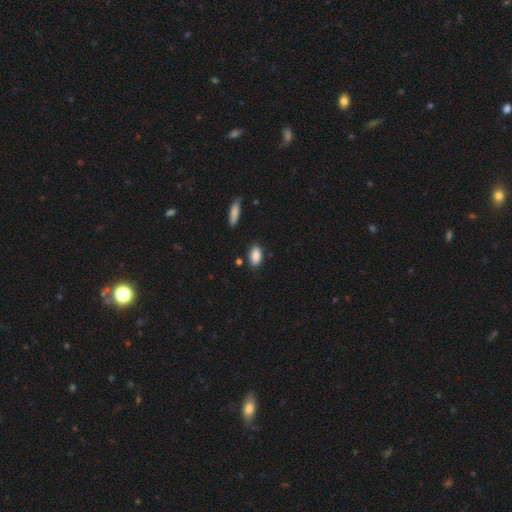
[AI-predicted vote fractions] Morphology: type=smooth (87%); roundness=in between (90%); merging=none (83%).